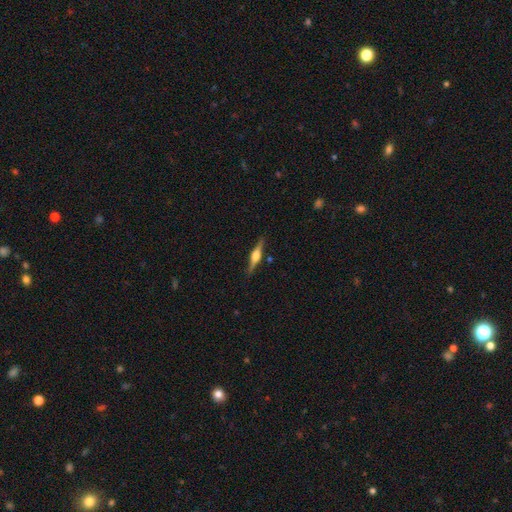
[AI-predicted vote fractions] smooth-or-featured: featured or disk: 74% | smooth: 20% | star or artifact: 6%
  disk-edge-on: yes: 98% | no: 2%
    edge-on-bulge: rounded: 89% | boxy: 9% | none: 2%
  merging: none: 88% | minor disturbance: 9% | major disturbance: 2% | merger: 2%